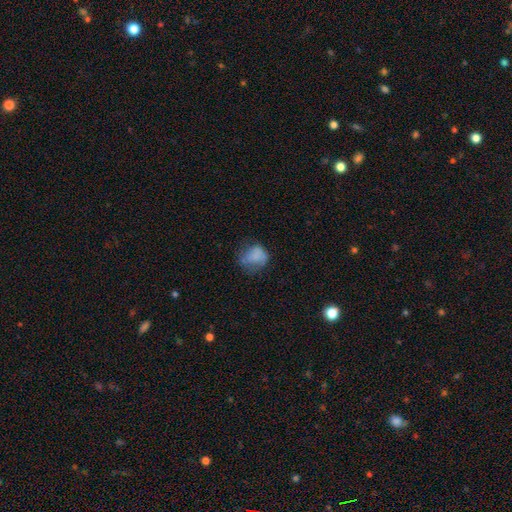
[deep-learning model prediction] smooth_or_featured: smooth (p=0.74) [alt: featured or disk p=0.16]
how_rounded: round (p=0.60) [alt: in between p=0.39]
merging: none (p=0.47) [alt: minor disturbance p=0.31]